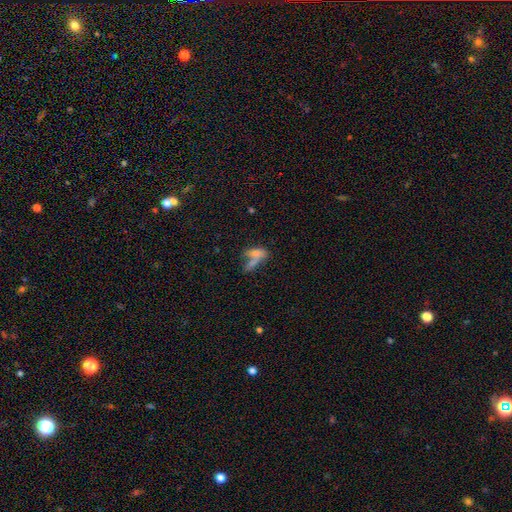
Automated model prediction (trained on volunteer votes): Q: Smooth or featured?
A: smooth (66%); runner-up: featured or disk (21%)
Q: How rounded?
A: in between (69%); runner-up: cigar-shaped (22%)
Q: Merging?
A: merger (48%); runner-up: none (27%)